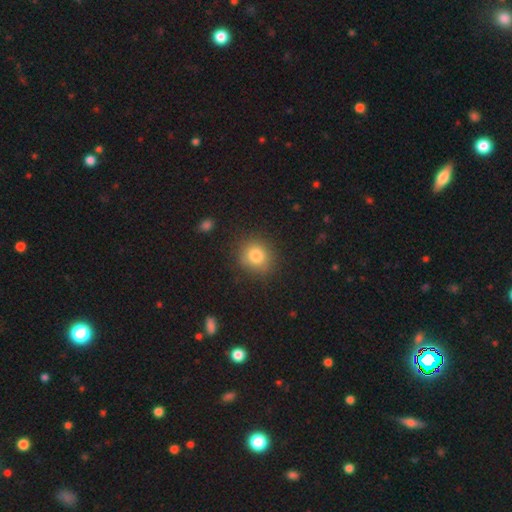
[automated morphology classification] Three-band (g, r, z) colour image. It shows a smooth galaxy with no disk features (81%) that is round (84%). Merging: none (85%).